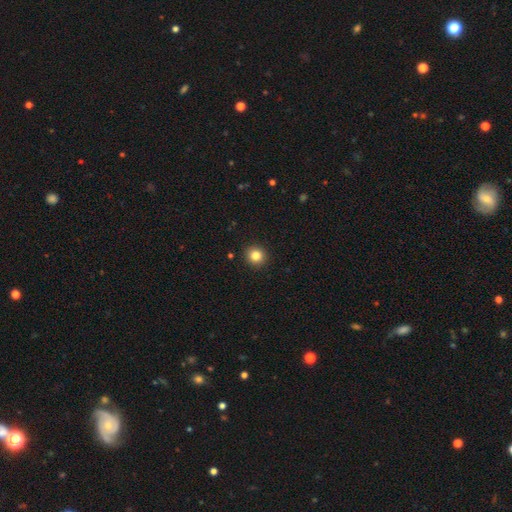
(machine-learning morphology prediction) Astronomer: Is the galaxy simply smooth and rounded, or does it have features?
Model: smooth — 84%.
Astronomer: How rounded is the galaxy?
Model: round — 90%.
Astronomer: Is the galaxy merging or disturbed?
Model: none — 92%.